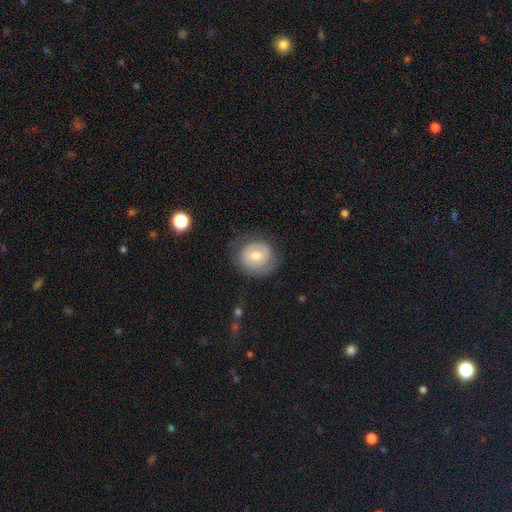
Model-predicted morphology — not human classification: smooth 54%, featured or disk 39%, star or artifact 7%. Down the decision tree: how rounded — round (84%); merging — none (69%).